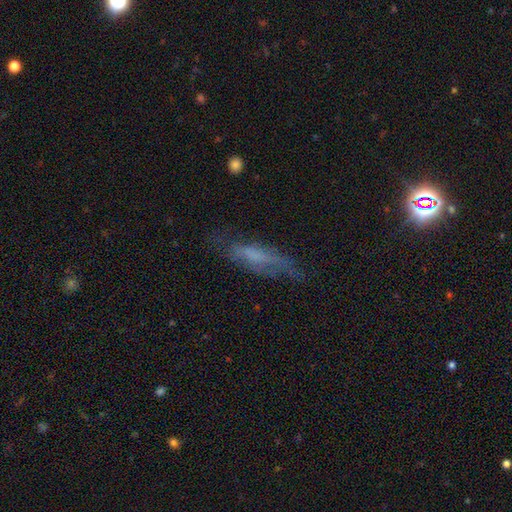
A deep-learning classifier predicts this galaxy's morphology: type=featured or disk (44%, tied with smooth); merging=none (55%).